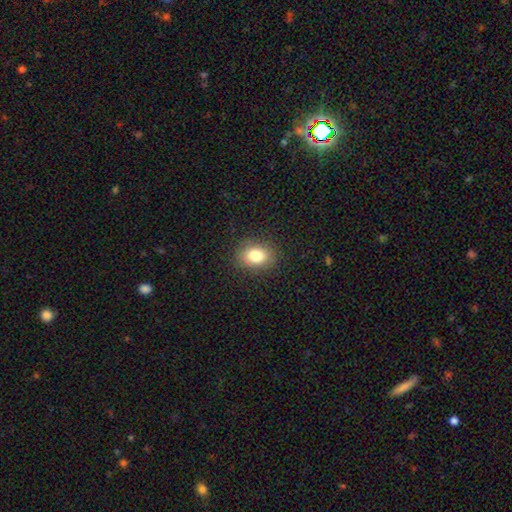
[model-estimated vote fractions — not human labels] The model was most divided on "how rounded": in between: 61%, round: 38%, cigar-shaped: 1%. More confident: merging — none (87%); smooth or featured — smooth (80%).